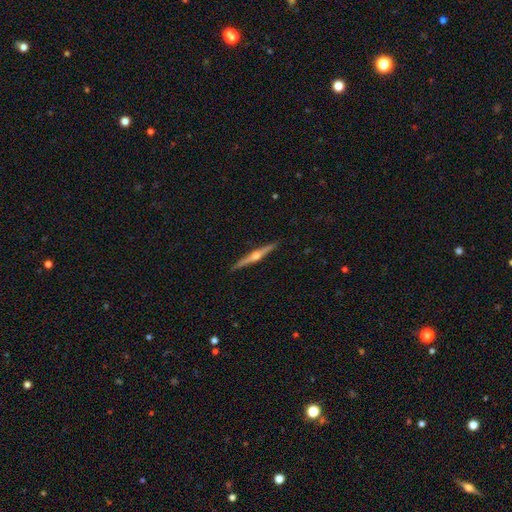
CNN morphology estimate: The model was most divided on "smooth or featured": featured or disk: 81%, smooth: 14%, star or artifact: 5%. More confident: edge-on disk — yes (99%); edge-on bulge — rounded (94%); merging — none (92%).